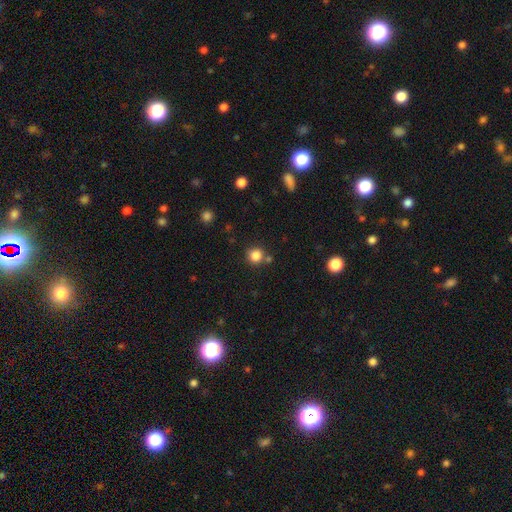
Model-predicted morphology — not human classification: Smooth or featured: smooth — 84% (star or artifact — 12%)
How rounded: round — 92% (in between — 7%)
Merging: none — 78% (merger — 11%)